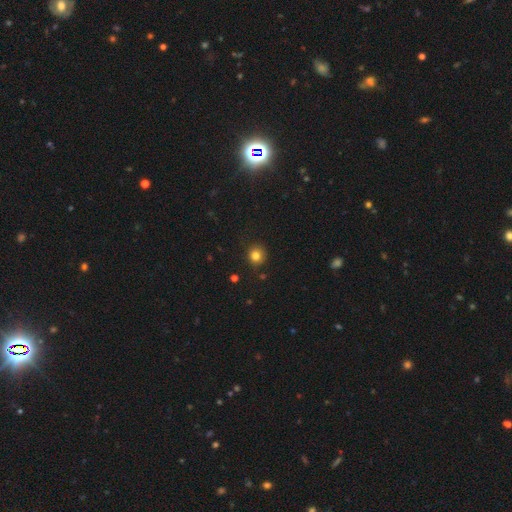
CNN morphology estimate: smooth-or-featured: smooth: 82% | star or artifact: 13% | featured or disk: 5%
  how-rounded: round: 90% | in between: 9% | cigar-shaped: 1%
  merging: none: 87% | minor disturbance: 9% | major disturbance: 2% | merger: 2%